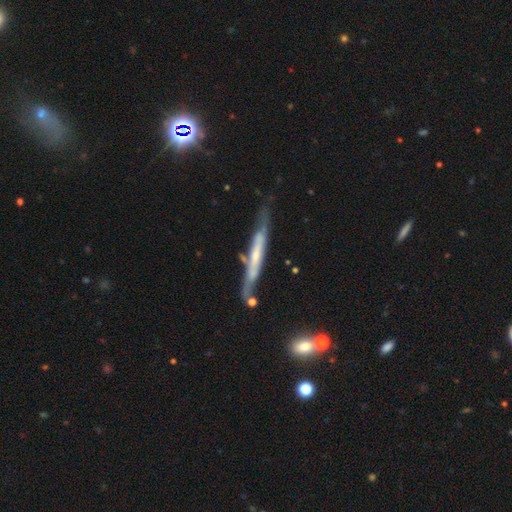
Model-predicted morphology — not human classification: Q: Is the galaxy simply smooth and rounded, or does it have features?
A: featured or disk — 70%.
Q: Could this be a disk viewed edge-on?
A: yes — 78%.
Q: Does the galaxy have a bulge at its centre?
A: none — 54%.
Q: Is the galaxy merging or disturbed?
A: none — 61%.